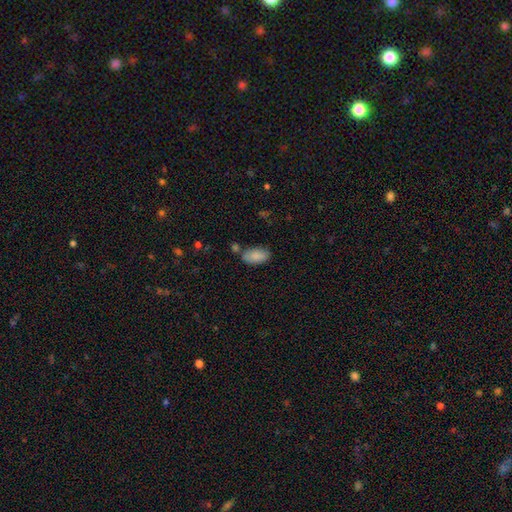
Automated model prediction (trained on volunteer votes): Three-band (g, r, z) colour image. It shows a smooth galaxy with no disk features (86%) that is in between round and cigar-shaped (93%). Merging: none (67%).